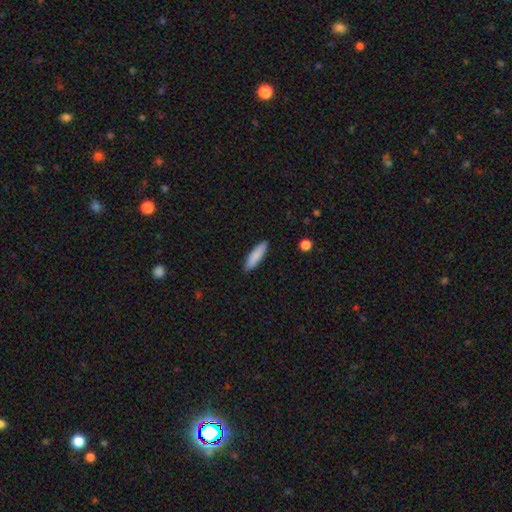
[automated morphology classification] Smooth or featured?
  - smooth: 86% *
  - featured or disk: 8%
  - star or artifact: 6%
How rounded?
  - cigar-shaped: 68% *
  - in between: 31%
  - round: 1%
Merging?
  - none: 89% *
  - minor disturbance: 8%
  - major disturbance: 2%
  - merger: 1%